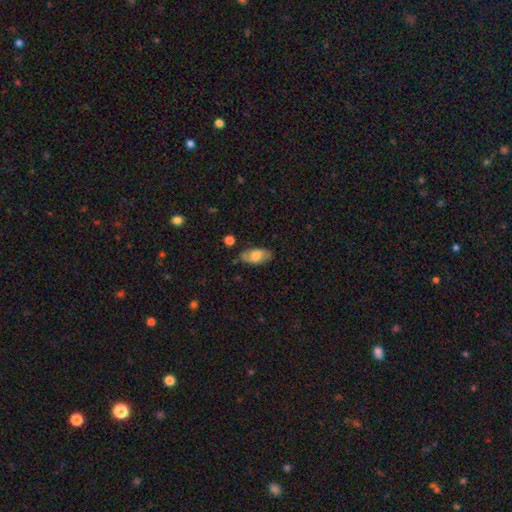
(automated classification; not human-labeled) Smooth or featured?
  - smooth: 65% *
  - featured or disk: 28%
  - star or artifact: 7%
How rounded?
  - in between: 92% *
  - round: 4%
  - cigar-shaped: 4%
Merging?
  - none: 77% *
  - minor disturbance: 17%
  - major disturbance: 4%
  - merger: 2%